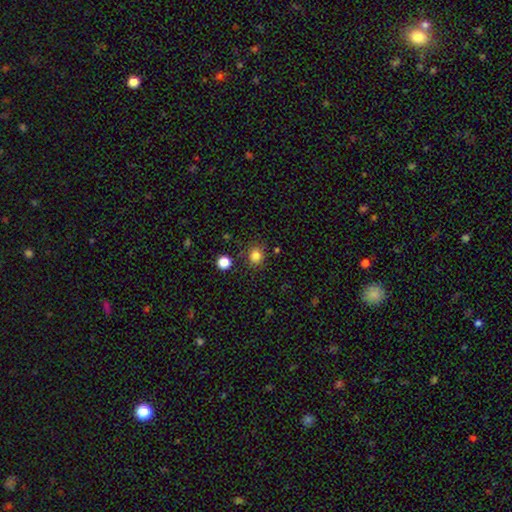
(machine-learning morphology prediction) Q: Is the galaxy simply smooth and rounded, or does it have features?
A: smooth — 83%.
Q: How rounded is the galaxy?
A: round — 86%.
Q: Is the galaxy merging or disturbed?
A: none — 84%.